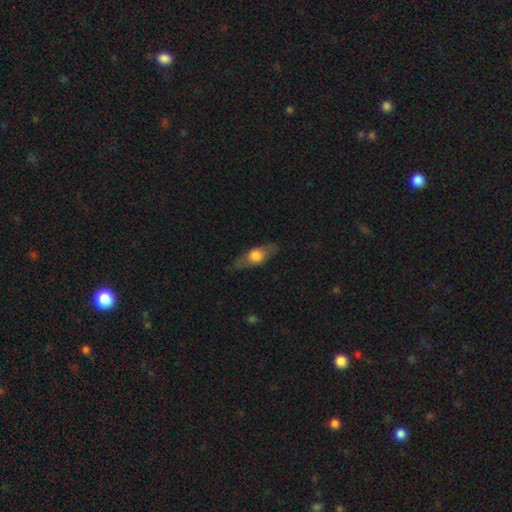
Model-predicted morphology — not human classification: smooth-or-featured: smooth: 48% | featured or disk: 46% | star or artifact: 6%
  merging: none: 79% | minor disturbance: 15% | major disturbance: 5% | merger: 1%